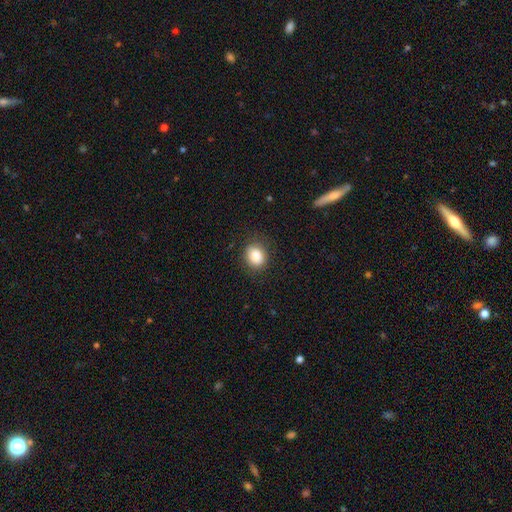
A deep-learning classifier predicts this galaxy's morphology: The model was most divided on "how rounded": round: 59%, in between: 40%, cigar-shaped: 1%. More confident: merging — none (85%); smooth or featured — smooth (84%).